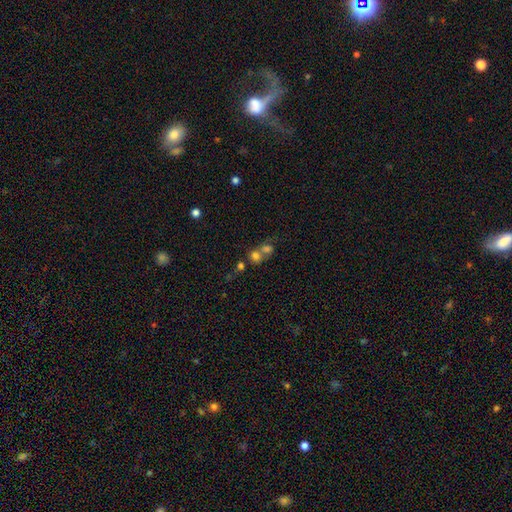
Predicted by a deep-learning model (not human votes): smooth_or_featured: smooth (p=0.70) [alt: star or artifact p=0.16]
how_rounded: round (p=0.74) [alt: in between p=0.25]
merging: merger (p=0.59) [alt: none p=0.31]